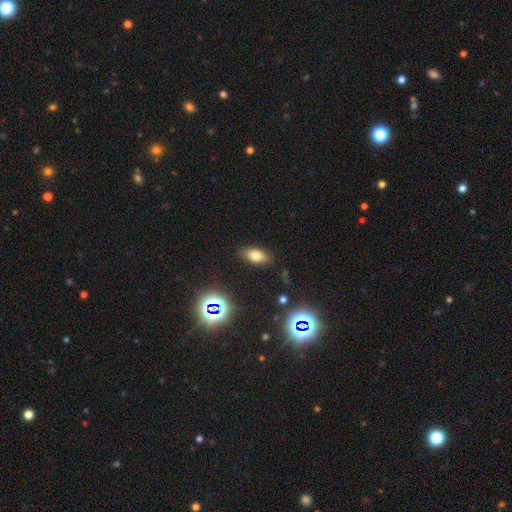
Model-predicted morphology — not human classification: Overall: smooth (71%). How rounded: in between (87%). Merging: none (86%).